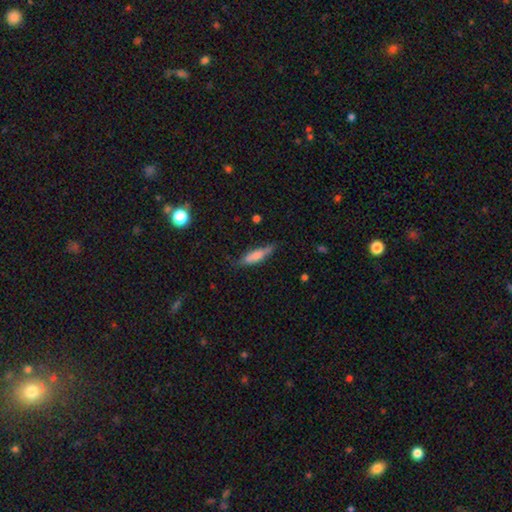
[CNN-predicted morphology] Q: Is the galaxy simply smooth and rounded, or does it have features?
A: smooth — 66%.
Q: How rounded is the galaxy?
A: cigar-shaped — 73%.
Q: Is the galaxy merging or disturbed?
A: none — 71%.